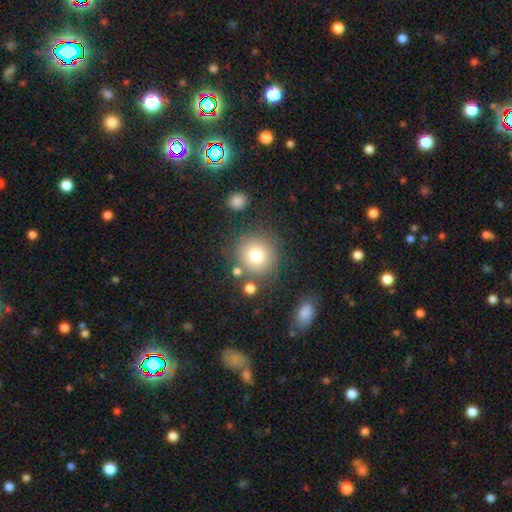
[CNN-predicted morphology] Smooth or featured: smooth — 76% (star or artifact — 12%)
How rounded: round — 91% (in between — 8%)
Merging: none — 78% (minor disturbance — 11%)